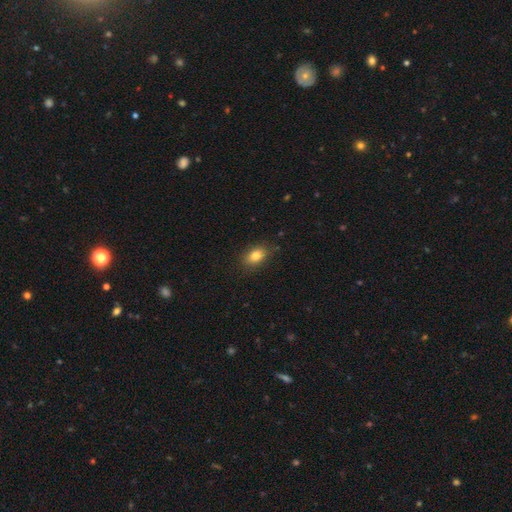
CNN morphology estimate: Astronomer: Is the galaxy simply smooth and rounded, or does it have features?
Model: smooth — 82%.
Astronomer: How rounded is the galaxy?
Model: in between — 81%.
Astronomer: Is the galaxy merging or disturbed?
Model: none — 83%.